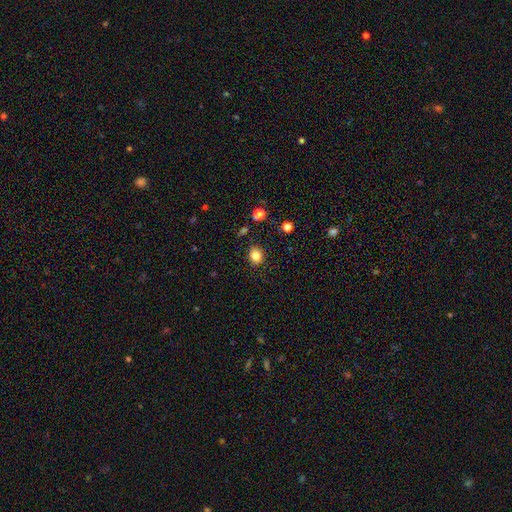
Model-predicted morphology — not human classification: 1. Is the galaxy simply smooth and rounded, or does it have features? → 82% smooth, 12% star or artifact, 6% featured or disk.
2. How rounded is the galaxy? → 67% round, 32% in between, 1% cigar-shaped.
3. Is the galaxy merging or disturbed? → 86% none, 9% minor disturbance, 2% major disturbance, 2% merger.